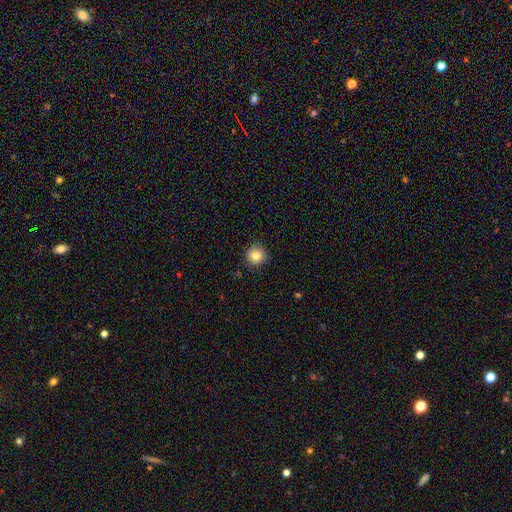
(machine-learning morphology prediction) A smooth galaxy with no disk features (83%) that is round (93%). Merging: none (88%).